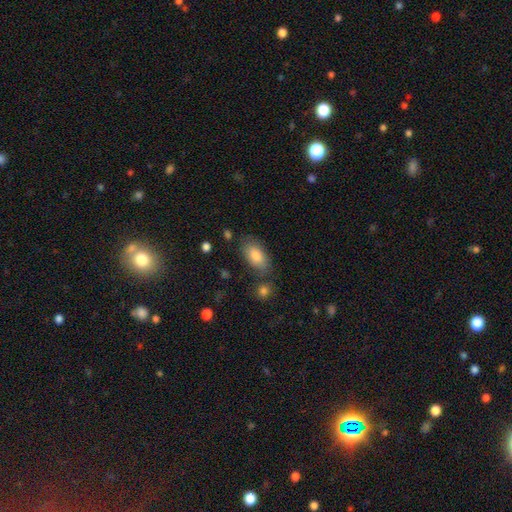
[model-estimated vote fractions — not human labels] Smooth or featured? smooth (83%)
How rounded? in between (92%)
Merging? none (74%)